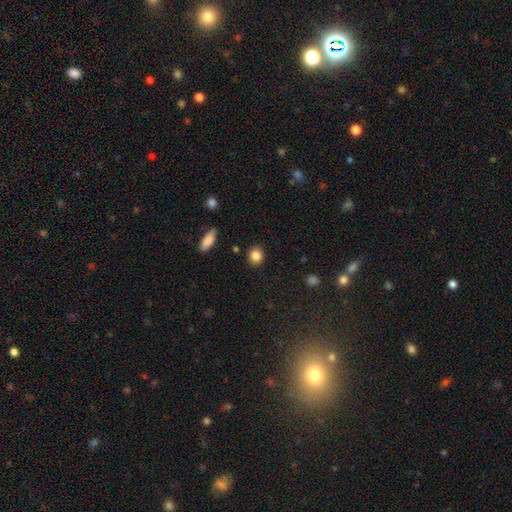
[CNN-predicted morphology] Overall: smooth (85%). How rounded: round (72%). Merging: none (88%).